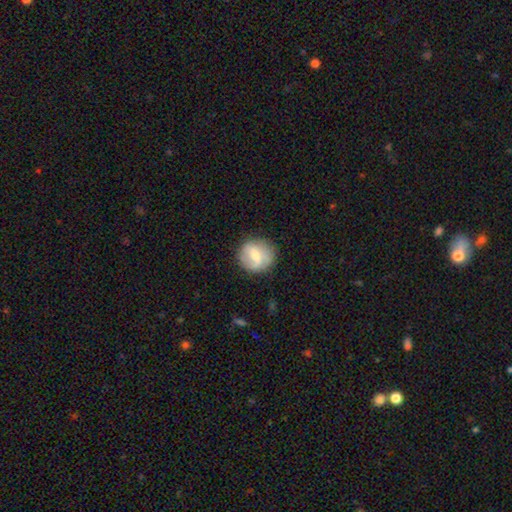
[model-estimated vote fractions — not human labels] This is possibly a smooth galaxy (58%). How rounded: clearly round (88%). Merging: likely none (76%).